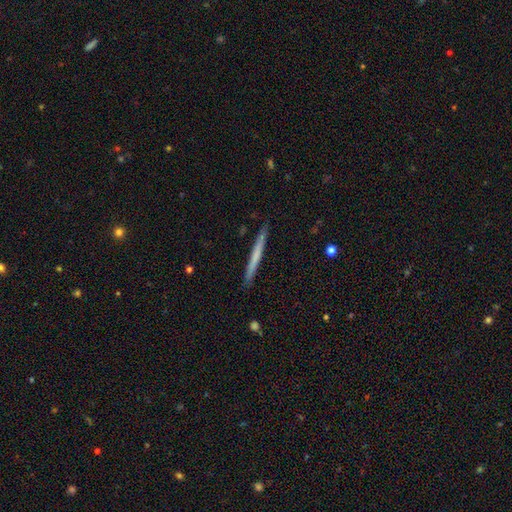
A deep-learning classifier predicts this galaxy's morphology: A smooth galaxy with no disk features (53%) that is cigar-shaped (97%).

Vote fractions:
- Smooth or featured? smooth: 53% / featured or disk: 41% / star or artifact: 5%
- How rounded? cigar-shaped: 97% / in between: 2% / round: 1%
- Merging? none: 91% / minor disturbance: 7% / major disturbance: 1% / merger: 1%